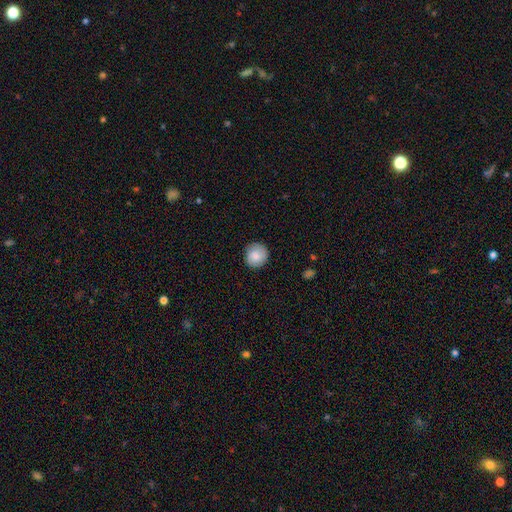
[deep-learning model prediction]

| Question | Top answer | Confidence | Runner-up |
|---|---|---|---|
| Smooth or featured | smooth | 83% | featured or disk (9%) |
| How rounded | round | 90% | in between (9%) |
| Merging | none | 86% | minor disturbance (10%) |